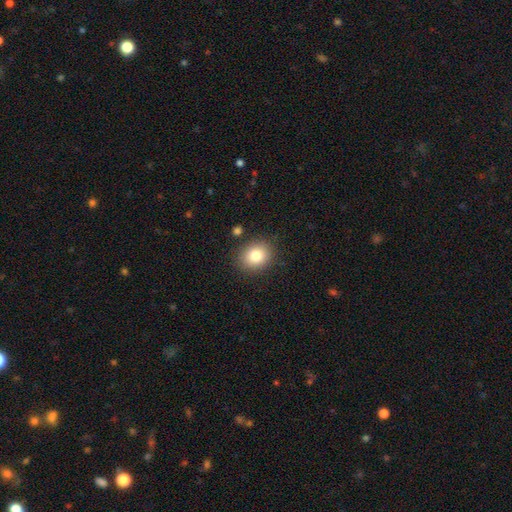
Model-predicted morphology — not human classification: smooth_or_featured: smooth (p=0.80) [alt: star or artifact p=0.11]
how_rounded: round (p=0.65) [alt: in between p=0.34]
merging: none (p=0.86) [alt: minor disturbance p=0.09]